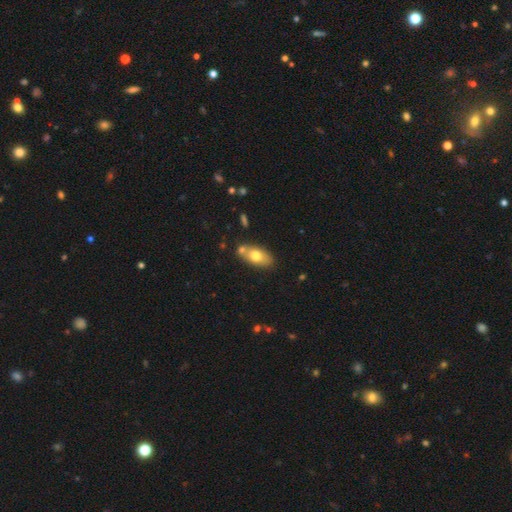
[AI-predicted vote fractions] Morphology: type=smooth (69%); roundness=in between (88%); merging=none (65%).